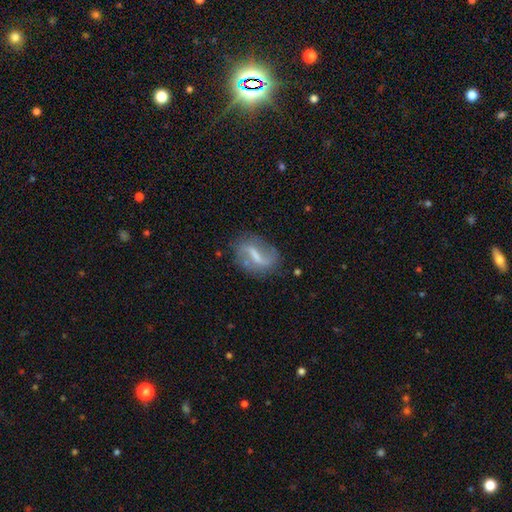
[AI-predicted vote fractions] The model was most divided on "bulge size": small: 35%, none: 32%, moderate: 27%, large: 5%, dominant: 1%. Remaining: edge-on disk — no (95%); spiral arm count — 2 (84%); spiral arms — yes (83%); smooth or featured — featured or disk (74%); merging — none (73%); spiral winding — loose (65%); bar — strong (46%).